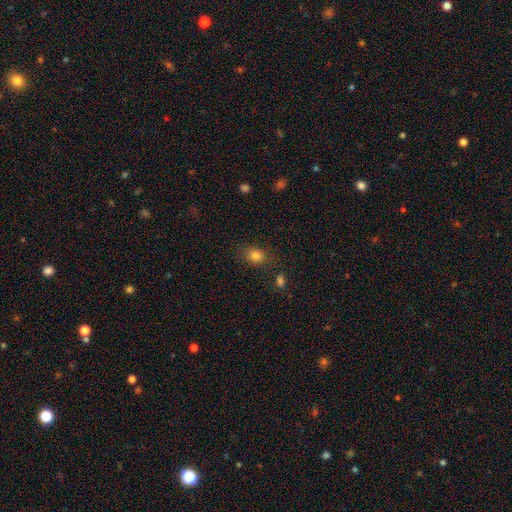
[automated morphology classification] smooth-or-featured: smooth: 81% | star or artifact: 12% | featured or disk: 7%
  how-rounded: in between: 50% | round: 49% | cigar-shaped: 1%
  merging: none: 79% | minor disturbance: 13% | major disturbance: 4% | merger: 4%